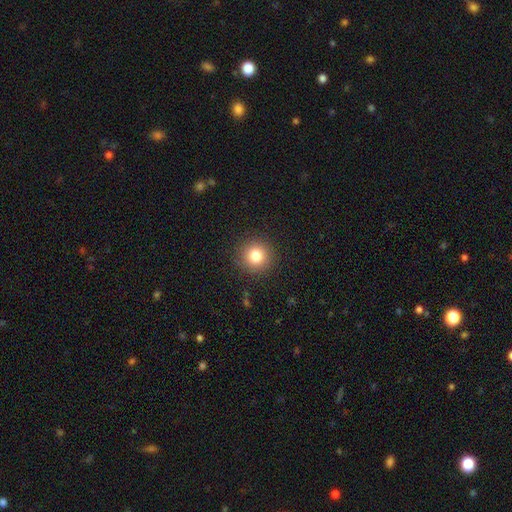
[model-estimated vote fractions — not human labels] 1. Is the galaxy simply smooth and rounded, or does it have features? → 81% smooth, 12% star or artifact, 7% featured or disk.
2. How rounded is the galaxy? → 94% round, 5% in between, 1% cigar-shaped.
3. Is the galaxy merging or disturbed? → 91% none, 6% minor disturbance, 2% major disturbance, 1% merger.